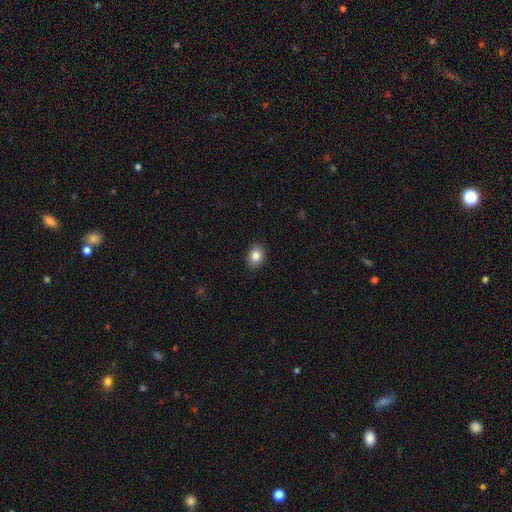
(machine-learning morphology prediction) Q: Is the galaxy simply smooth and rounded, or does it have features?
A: smooth — 84%.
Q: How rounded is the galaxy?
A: round — 51%.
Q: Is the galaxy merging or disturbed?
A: none — 90%.